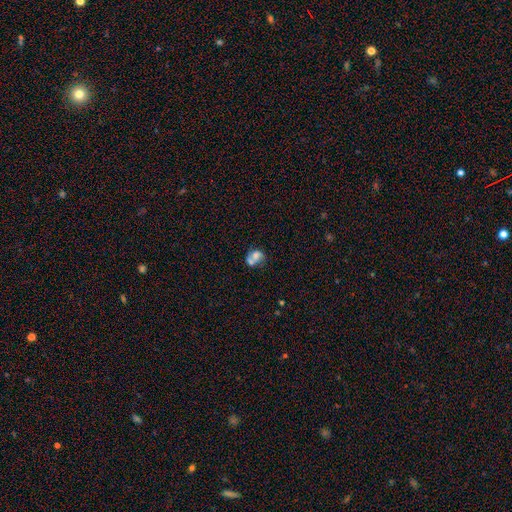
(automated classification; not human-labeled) Smooth or featured? smooth (48%)
Merging? merger (45%)